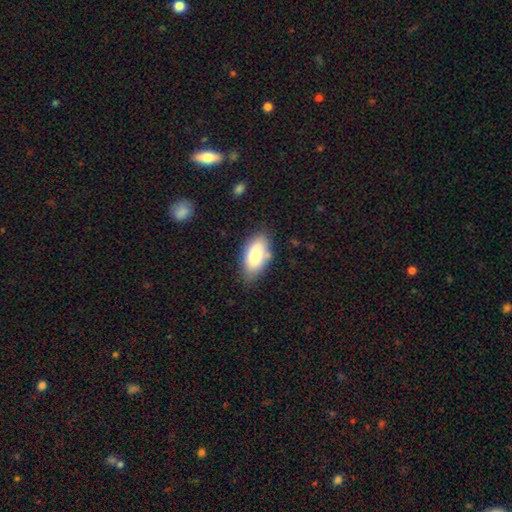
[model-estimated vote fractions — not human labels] Smooth or featured? smooth (79%)
How rounded? in between (93%)
Merging? none (75%)